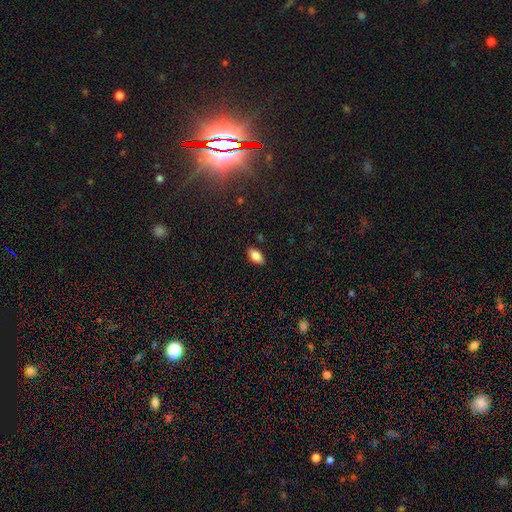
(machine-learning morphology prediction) Overall: smooth (85%). How rounded: in between (93%). Merging: none (87%).